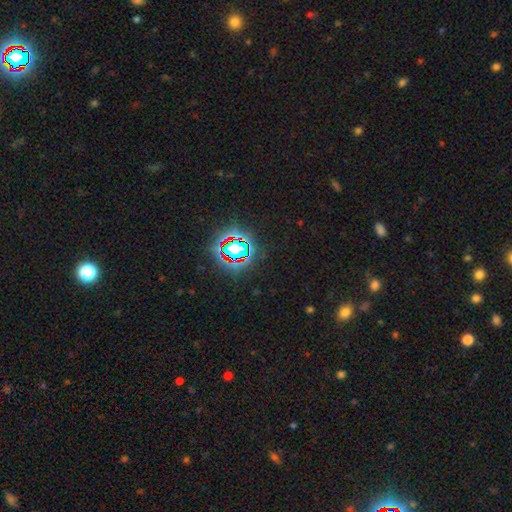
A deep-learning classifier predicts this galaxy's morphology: This appears to be a star or artifact, not a galaxy (79%).